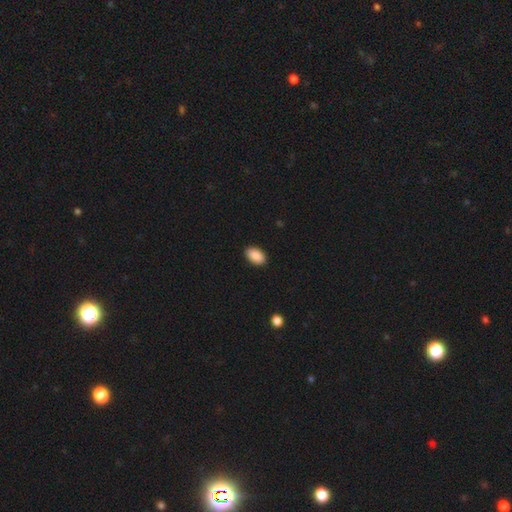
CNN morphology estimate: smooth-or-featured: smooth: 90% | star or artifact: 7% | featured or disk: 3%
  how-rounded: in between: 93% | round: 6% | cigar-shaped: 1%
  merging: none: 90% | minor disturbance: 7% | major disturbance: 2% | merger: 1%